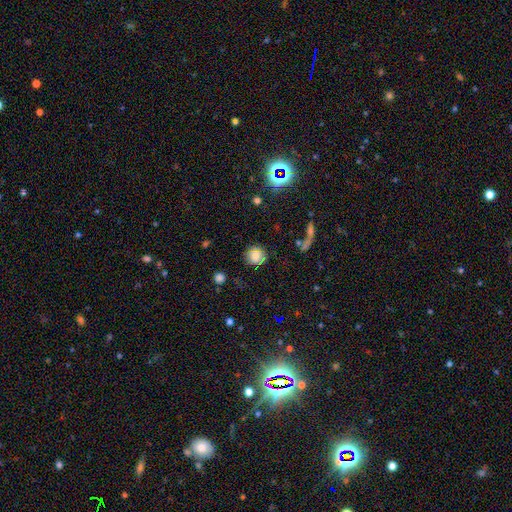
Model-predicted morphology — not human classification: The model was most divided on "smooth or featured": smooth: 68%, star or artifact: 18%, featured or disk: 14%. More confident: how rounded — round (85%); merging — none (76%).